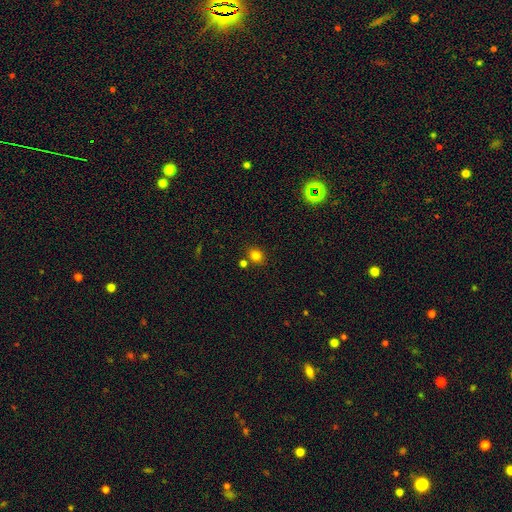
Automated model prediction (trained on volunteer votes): A smooth galaxy with no disk features (80%) that is round (60%).

Vote fractions:
- Smooth or featured? smooth: 80% / star or artifact: 14% / featured or disk: 6%
- How rounded? round: 60% / in between: 39% / cigar-shaped: 1%
- Merging? none: 75% / merger: 12% / minor disturbance: 10% / major disturbance: 3%